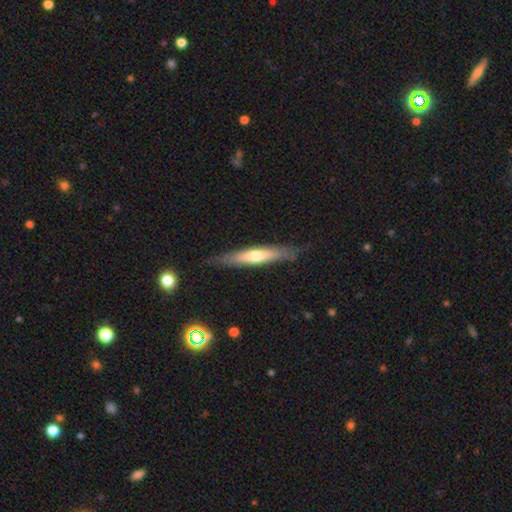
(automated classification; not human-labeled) Q: Smooth or featured?
A: smooth (49%); runner-up: featured or disk (46%)
Q: Merging?
A: none (80%); runner-up: minor disturbance (15%)